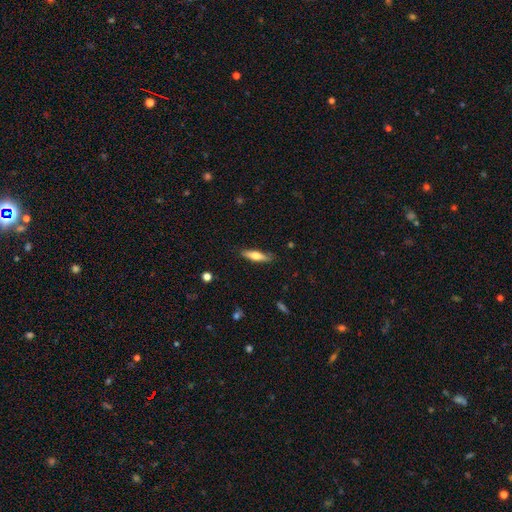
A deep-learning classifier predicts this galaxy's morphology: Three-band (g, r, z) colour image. It shows a smooth galaxy with no disk features (59%) that is cigar-shaped (70%). Merging: none (85%).